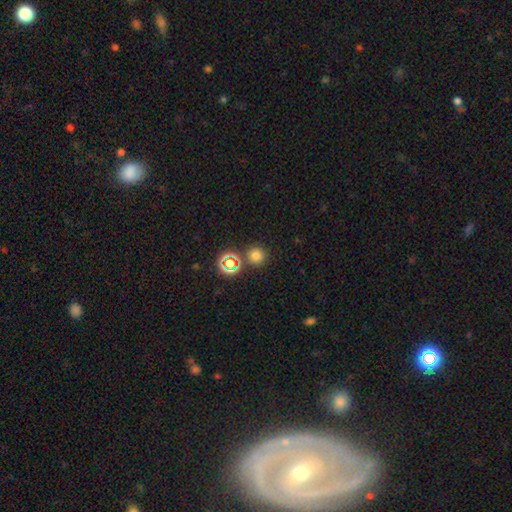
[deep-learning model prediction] The model was most divided on "smooth or featured": smooth: 72%, star or artifact: 22%, featured or disk: 6%. More confident: how rounded — round (93%); merging — none (81%).